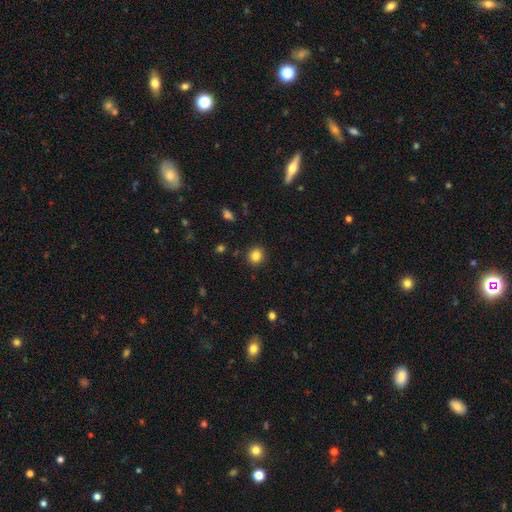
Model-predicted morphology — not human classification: Smooth or featured? smooth (85%)
How rounded? round (78%)
Merging? none (89%)